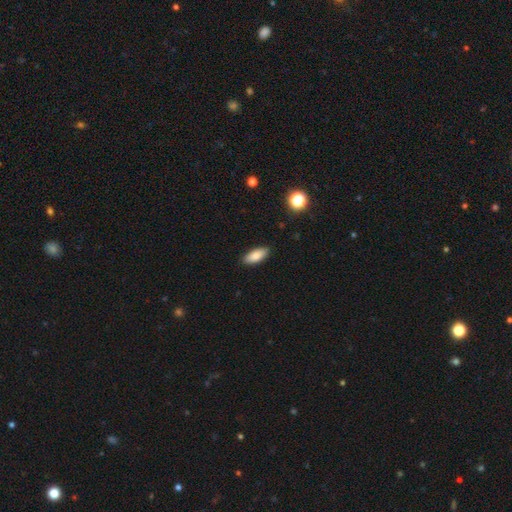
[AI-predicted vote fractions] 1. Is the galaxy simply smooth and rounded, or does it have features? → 83% smooth, 10% featured or disk, 7% star or artifact.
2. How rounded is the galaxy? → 83% in between, 15% cigar-shaped, 2% round.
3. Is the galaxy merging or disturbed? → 88% none, 9% minor disturbance, 2% major disturbance, 1% merger.